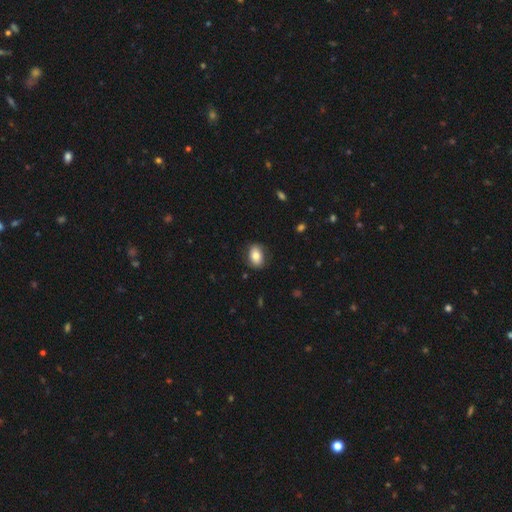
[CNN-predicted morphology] This is likely a smooth galaxy (80%). How rounded: clearly in between (82%). Merging: clearly none (83%).